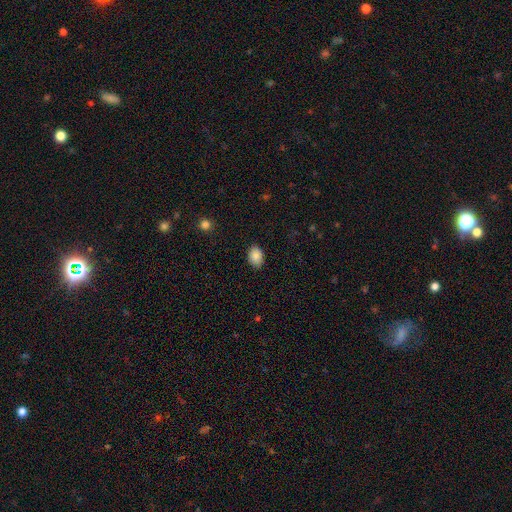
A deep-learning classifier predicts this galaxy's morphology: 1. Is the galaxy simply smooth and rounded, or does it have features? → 86% smooth, 8% star or artifact, 6% featured or disk.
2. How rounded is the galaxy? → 73% in between, 26% round, 1% cigar-shaped.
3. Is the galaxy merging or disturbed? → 86% none, 11% minor disturbance, 2% major disturbance, 1% merger.